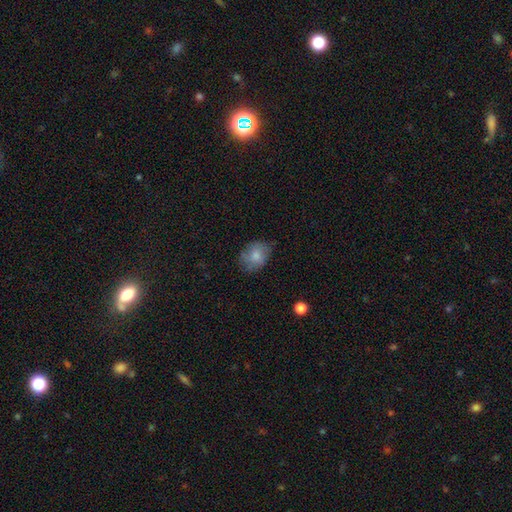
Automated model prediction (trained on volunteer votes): smooth 78%, featured or disk 14%, star or artifact 8%. Down the decision tree: how rounded — in between (59%); merging — none (66%).